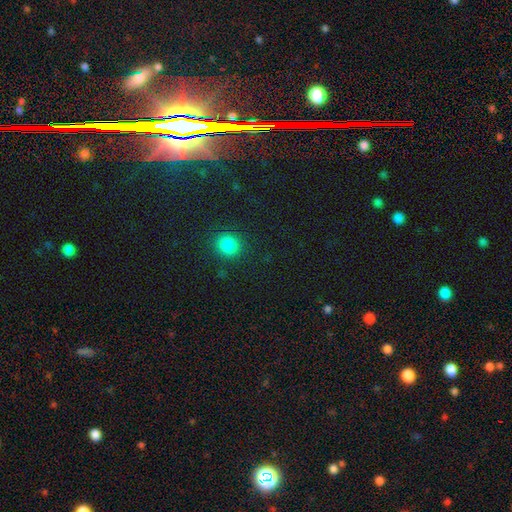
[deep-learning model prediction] A star or artifact, not a galaxy (67%).